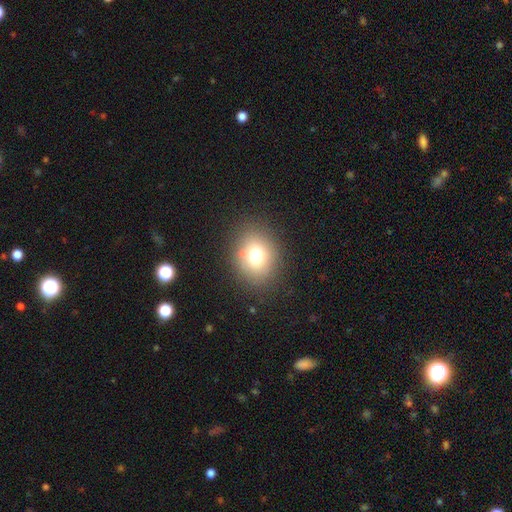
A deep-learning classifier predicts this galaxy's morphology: Smooth or featured? smooth (72%)
How rounded? round (61%)
Merging? none (84%)